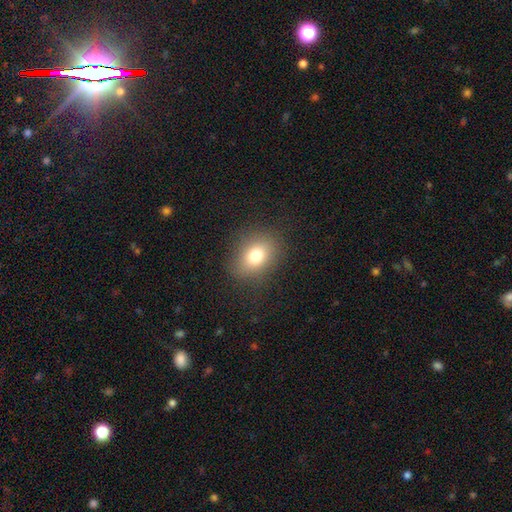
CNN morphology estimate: Smooth or featured: smooth — 77% (star or artifact — 12%)
How rounded: in between — 55% (round — 44%)
Merging: none — 85% (minor disturbance — 10%)